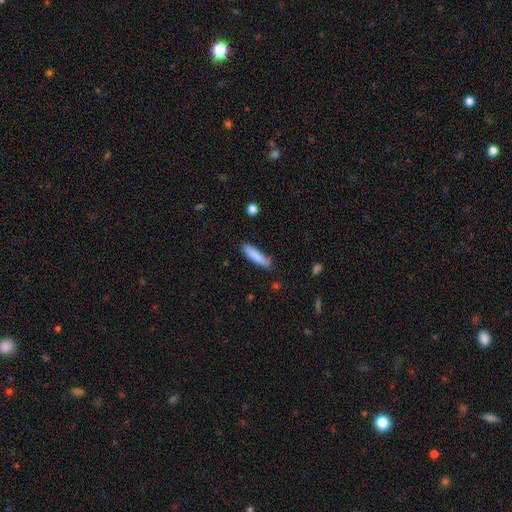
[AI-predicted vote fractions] smooth_or_featured: smooth (p=0.84) [alt: featured or disk p=0.10]
how_rounded: cigar-shaped (p=0.82) [alt: in between p=0.17]
merging: none (p=0.80) [alt: minor disturbance p=0.16]